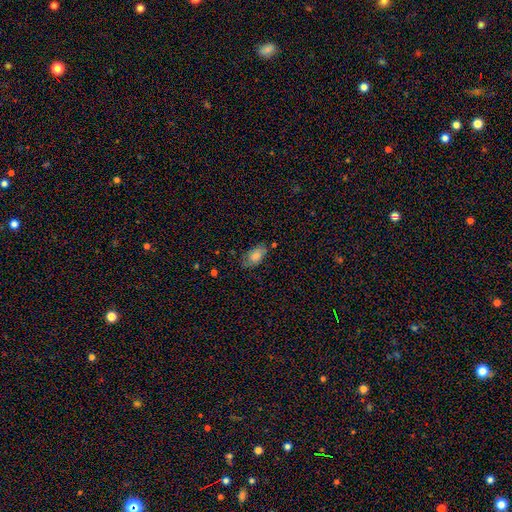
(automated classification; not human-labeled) Morphology: type=smooth (78%); roundness=in between (92%); merging=none (66%).